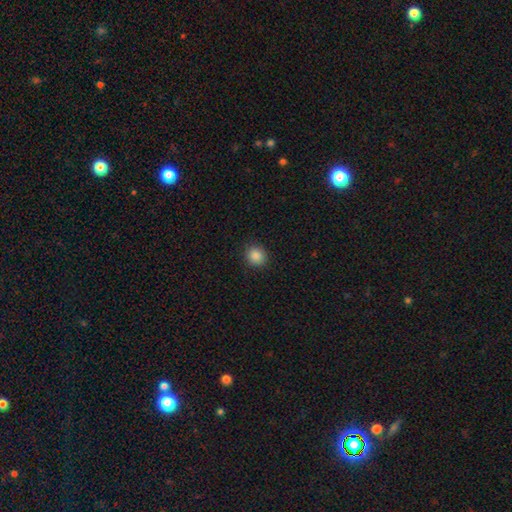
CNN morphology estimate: smooth_or_featured: smooth (p=0.88) [alt: star or artifact p=0.10]
how_rounded: round (p=0.85) [alt: in between p=0.14]
merging: none (p=0.91) [alt: minor disturbance p=0.06]